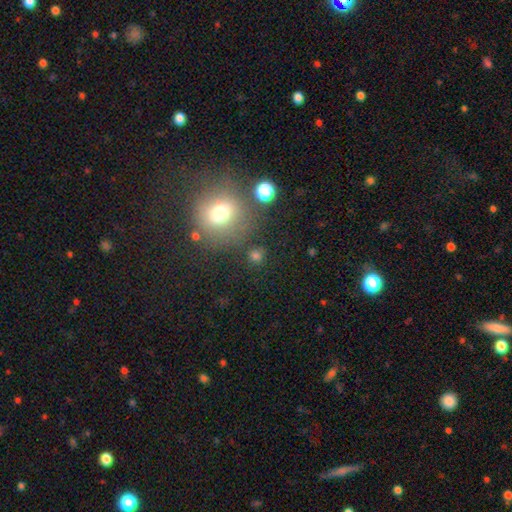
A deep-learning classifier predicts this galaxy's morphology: Smooth or featured: smooth — 69% (star or artifact — 23%)
How rounded: round — 84% (in between — 15%)
Merging: none — 77% (minor disturbance — 10%)